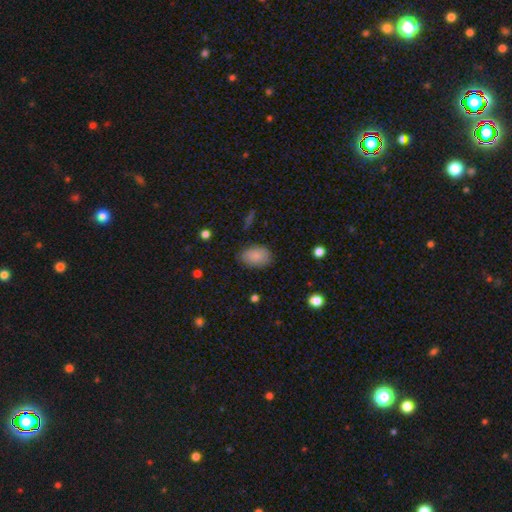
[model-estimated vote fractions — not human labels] smooth 86%, star or artifact 7%, featured or disk 7%. Down the decision tree: how rounded — in between (88%); merging — none (82%).